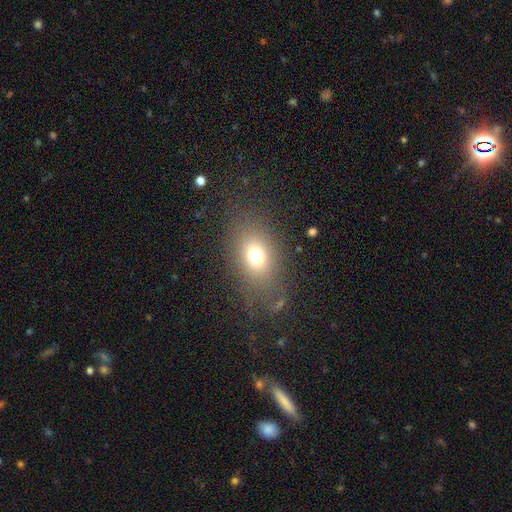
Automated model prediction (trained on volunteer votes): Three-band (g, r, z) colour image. It shows a smooth galaxy with no disk features (71%) that is in between round and cigar-shaped (67%). Merging: none (69%).